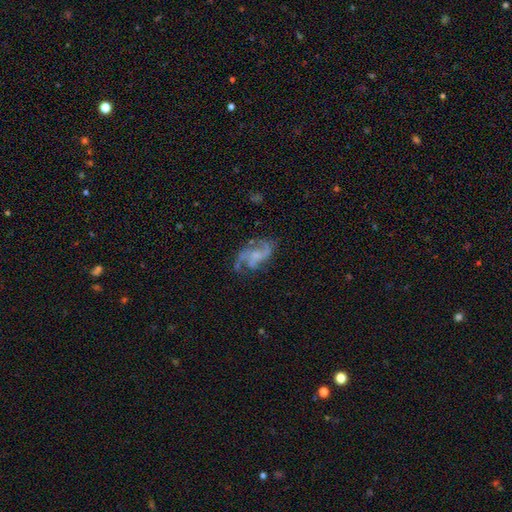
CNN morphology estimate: Q: Smooth or featured?
A: featured or disk (77%); runner-up: smooth (14%)
Q: Edge-on disk?
A: no (97%); runner-up: yes (3%)
Q: Bar?
A: no (56%); runner-up: weak (36%)
Q: Spiral arms?
A: yes (88%); runner-up: no (12%)
Q: Spiral winding?
A: loose (51%); runner-up: medium (38%)
Q: Spiral arm count?
A: 2 (58%); runner-up: 3 (17%)
Q: Bulge size?
A: none (37%); runner-up: small (31%)
Q: Merging?
A: none (56%); runner-up: minor disturbance (21%)